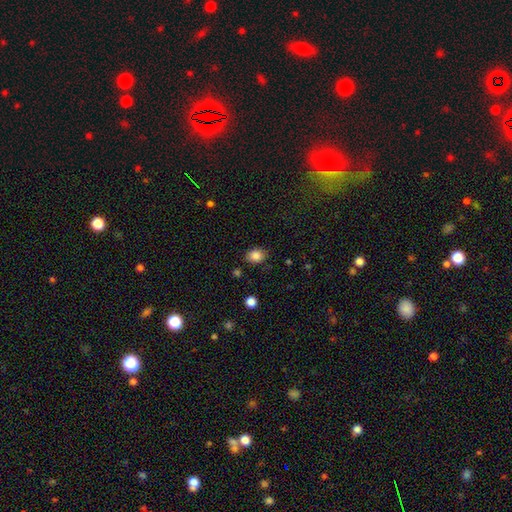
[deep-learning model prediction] Q: Smooth or featured?
A: smooth (85%); runner-up: star or artifact (10%)
Q: How rounded?
A: in between (61%); runner-up: round (38%)
Q: Merging?
A: none (80%); runner-up: minor disturbance (14%)